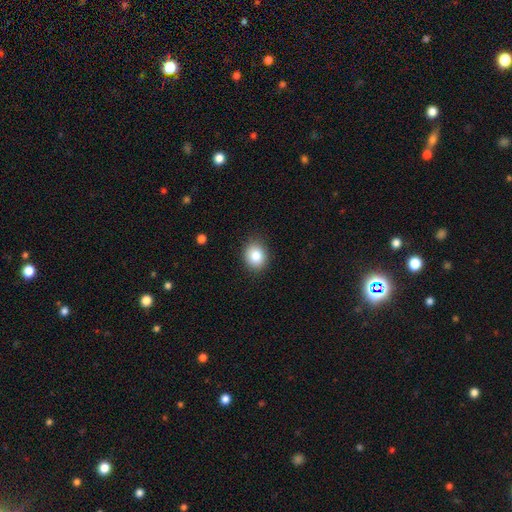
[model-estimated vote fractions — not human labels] Smooth or featured?
  - smooth: 85% *
  - star or artifact: 9%
  - featured or disk: 6%
How rounded?
  - round: 59% *
  - in between: 40%
  - cigar-shaped: 1%
Merging?
  - none: 87% *
  - minor disturbance: 10%
  - major disturbance: 2%
  - merger: 1%